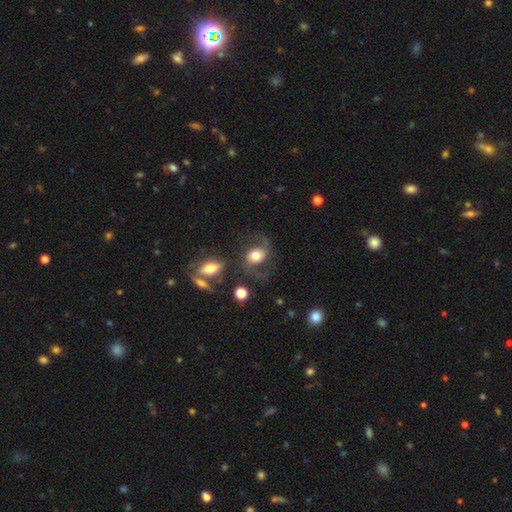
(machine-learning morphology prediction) smooth_or_featured: featured or disk (p=0.56) [alt: smooth p=0.35]
disk_edge_on: no (p=0.96) [alt: yes p=0.04]
bar: no (p=0.61) [alt: weak p=0.29]
has_spiral_arms: yes (p=0.87) [alt: no p=0.13]
bulge_size: moderate (p=0.44) [alt: large p=0.38]
merging: none (p=0.59) [alt: minor disturbance p=0.19]